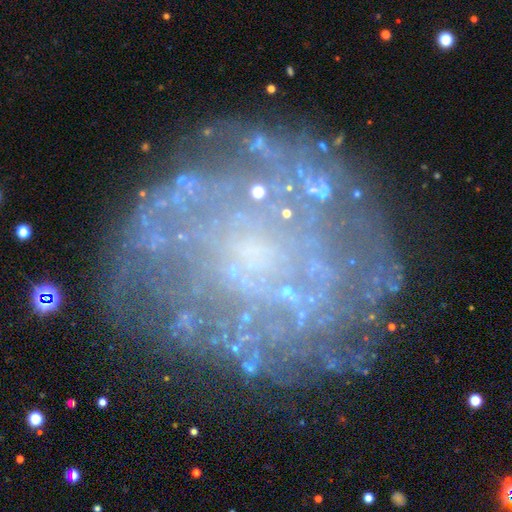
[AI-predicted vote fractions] This is likely a featured or disk galaxy (72%). It is clearly not viewed edge-on (97%). Bar: clearly no (84%). Spiral arm pattern: possibly yes (53%). Central bulge: marginally none (41%). Merging: likely none (72%).